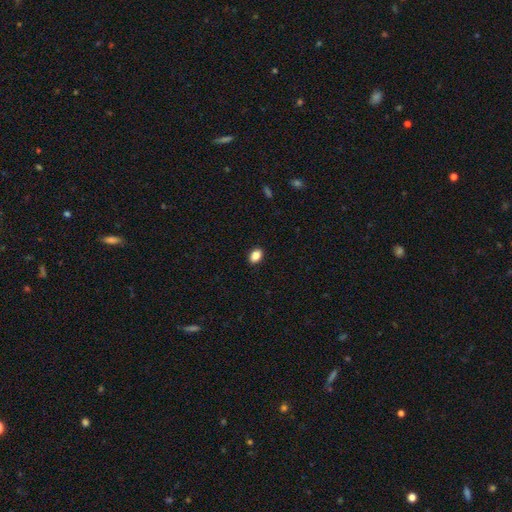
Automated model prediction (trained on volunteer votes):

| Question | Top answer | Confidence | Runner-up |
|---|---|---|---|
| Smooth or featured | smooth | 87% | star or artifact (9%) |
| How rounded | in between | 79% | round (19%) |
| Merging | none | 90% | minor disturbance (7%) |